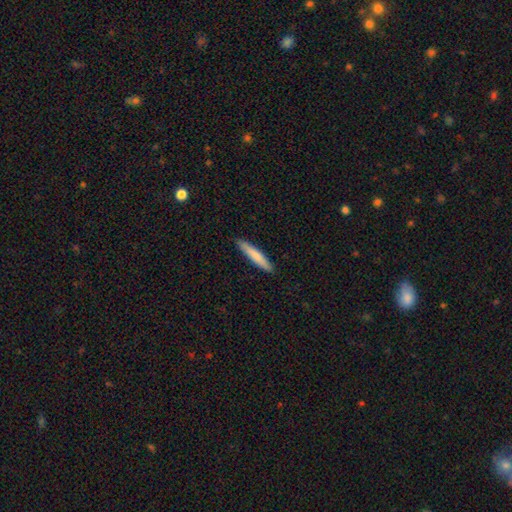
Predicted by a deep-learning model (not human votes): This appears to be a smooth galaxy with no disk features (76%) that is cigar-shaped (92%). Merging: none (90%).